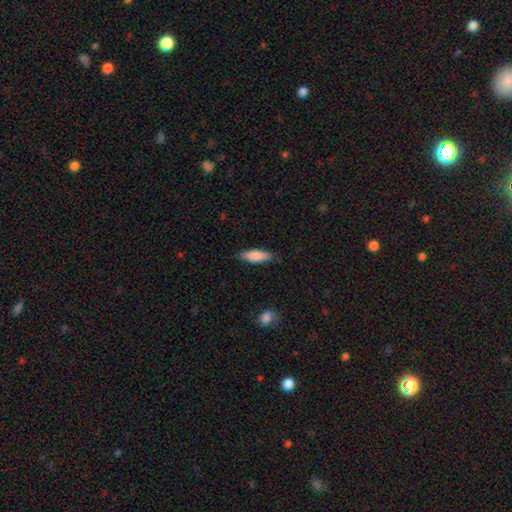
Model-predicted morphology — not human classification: smooth-or-featured: smooth: 83% | featured or disk: 11% | star or artifact: 6%
  how-rounded: in between: 57% | cigar-shaped: 41% | round: 2%
  merging: none: 84% | minor disturbance: 12% | major disturbance: 2% | merger: 1%